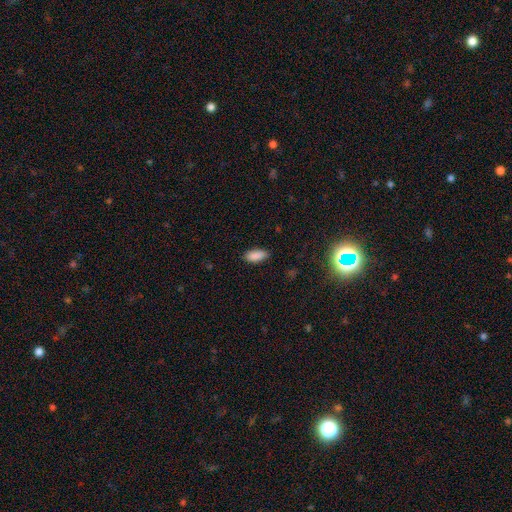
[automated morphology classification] The model was most divided on "how rounded": in between: 85%, cigar-shaped: 13%, round: 2%. More confident: smooth or featured — smooth (88%); merging — none (84%).